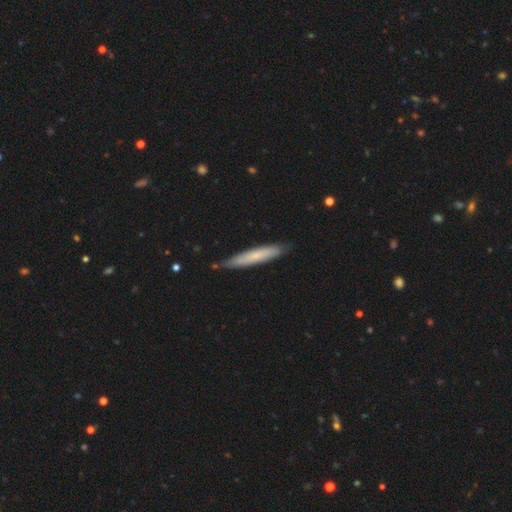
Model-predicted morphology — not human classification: This is likely a smooth galaxy (61%). How rounded: clearly cigar-shaped (92%). Merging: clearly none (82%).